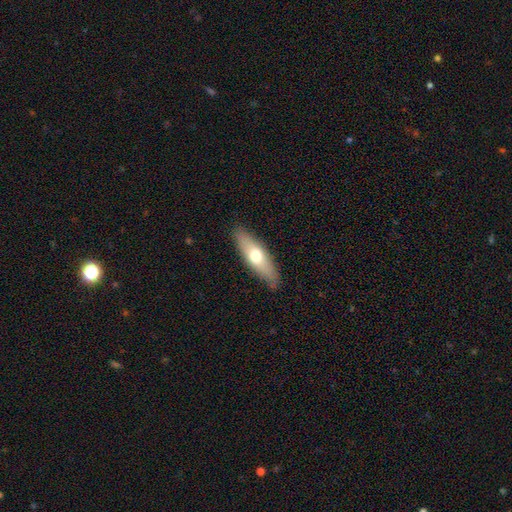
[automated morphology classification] Q: Smooth or featured?
A: smooth (60%); runner-up: featured or disk (35%)
Q: How rounded?
A: cigar-shaped (54%); runner-up: in between (44%)
Q: Merging?
A: none (85%); runner-up: minor disturbance (11%)